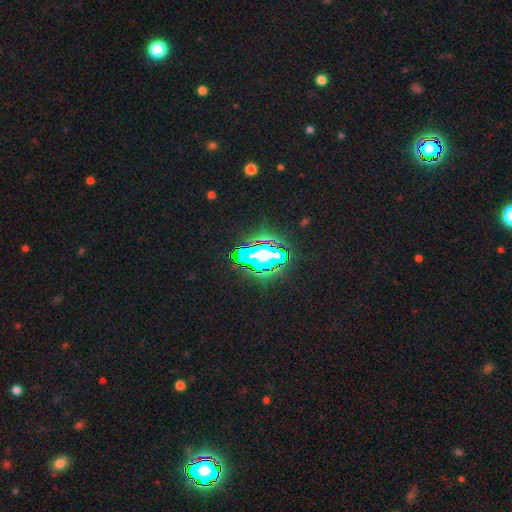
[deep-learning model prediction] Morphology: type=star or artifact (77%).